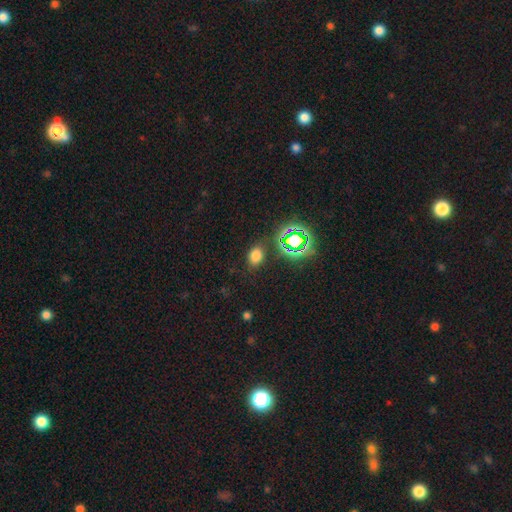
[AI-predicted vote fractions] This is likely a smooth galaxy (69%). How rounded: likely in between (67%). Merging: clearly none (83%).